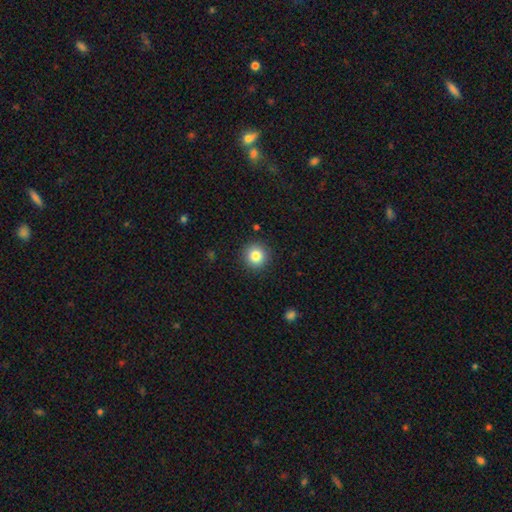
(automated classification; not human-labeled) The model was most divided on "smooth or featured": smooth: 83%, star or artifact: 10%, featured or disk: 7%. More confident: how rounded — round (94%); merging — none (91%).